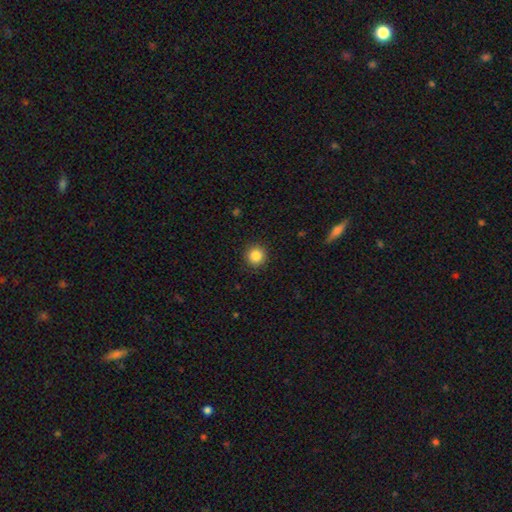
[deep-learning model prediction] smooth 86%, star or artifact 10%, featured or disk 4%. Down the decision tree: how rounded — round (95%); merging — none (91%).